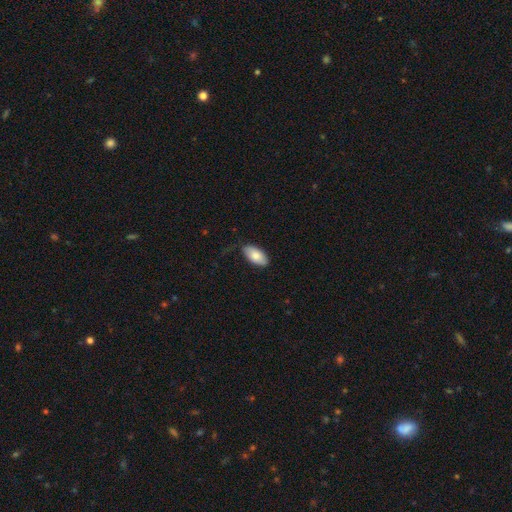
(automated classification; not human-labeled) This appears to be a smooth galaxy with no disk features (81%) that is in between round and cigar-shaped (94%). Merging: none (75%).